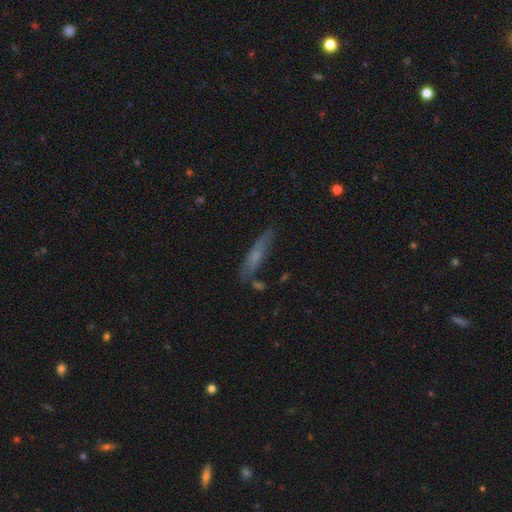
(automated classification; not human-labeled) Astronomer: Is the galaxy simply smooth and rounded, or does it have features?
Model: smooth — 57% (runner-up: featured or disk, 34%).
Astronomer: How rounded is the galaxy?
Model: cigar-shaped — 84%.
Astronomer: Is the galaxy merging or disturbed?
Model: none — 77%.